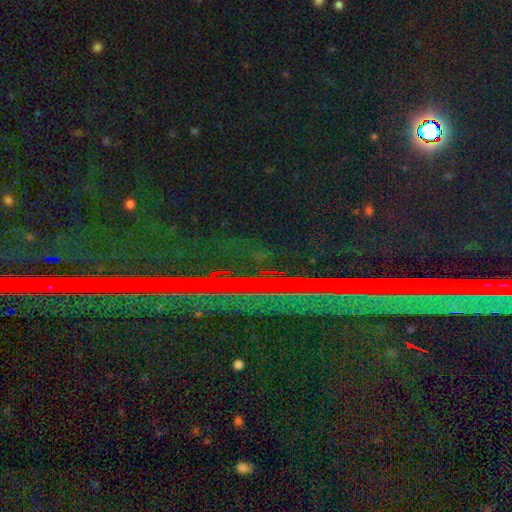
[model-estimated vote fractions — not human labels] Overall: star or artifact (86%).